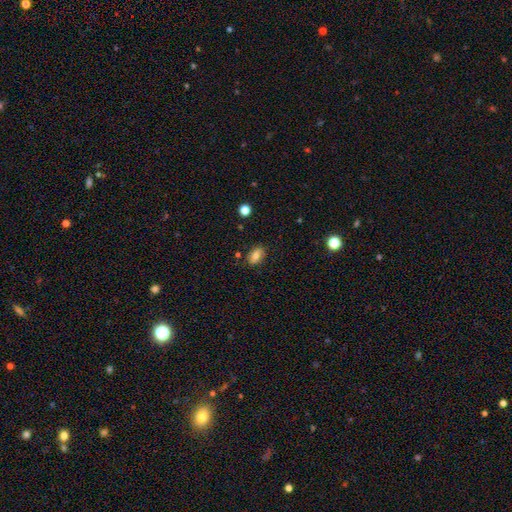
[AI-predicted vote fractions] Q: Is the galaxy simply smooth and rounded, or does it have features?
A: smooth — 74%.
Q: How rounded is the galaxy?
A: in between — 86%.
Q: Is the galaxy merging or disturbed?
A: none — 81%.